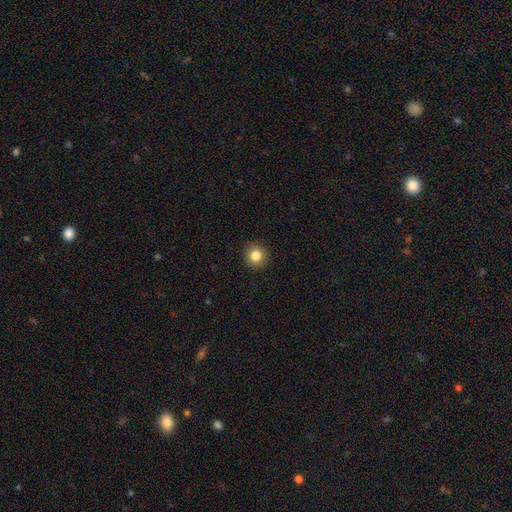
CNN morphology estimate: smooth_or_featured: smooth (p=0.84) [alt: star or artifact p=0.10]
how_rounded: round (p=0.90) [alt: in between p=0.09]
merging: none (p=0.92) [alt: minor disturbance p=0.05]